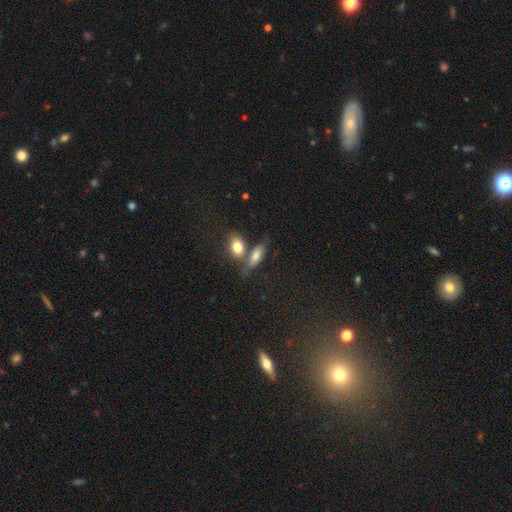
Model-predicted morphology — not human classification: This appears to be a smooth galaxy with no disk features (70%) that is in between round and cigar-shaped (73%). Merging: none (47%).